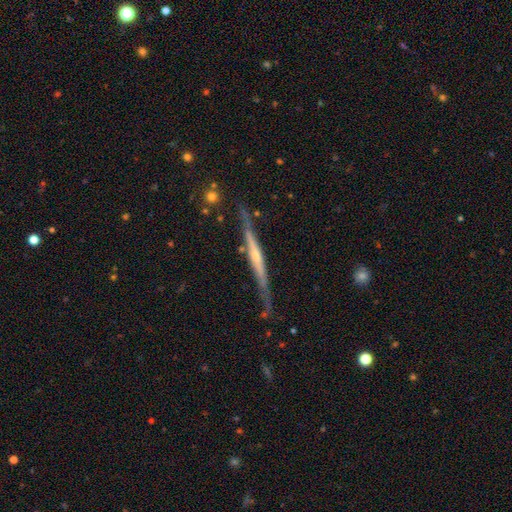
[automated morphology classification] A featured or disk galaxy (79%) viewed edge-on (96%) with a rounded central bulge (55%).

Vote fractions:
- Smooth or featured? featured or disk: 79% / smooth: 15% / star or artifact: 6%
- Edge-on disk? yes: 96% / no: 4%
- Edge-on bulge? rounded: 55% / none: 36% / boxy: 9%
- Merging? none: 74% / minor disturbance: 19% / major disturbance: 4% / merger: 3%